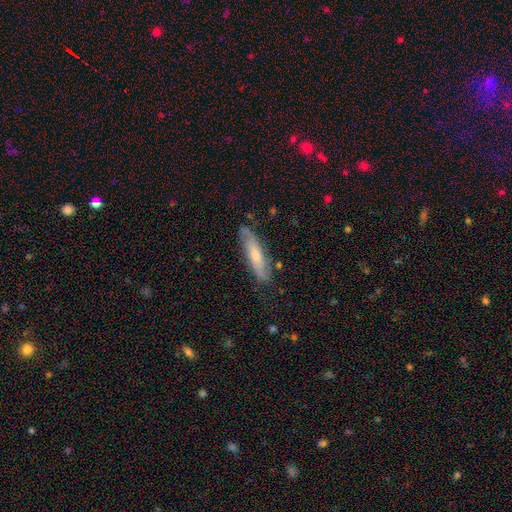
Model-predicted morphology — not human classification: Smooth or featured? smooth (52%)
How rounded? cigar-shaped (74%)
Merging? none (76%)